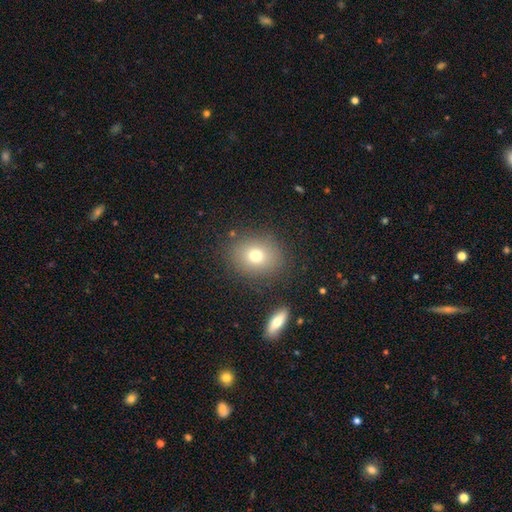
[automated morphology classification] A smooth galaxy with no disk features (74%) that is round (62%).

Vote fractions:
- Smooth or featured? smooth: 74% / star or artifact: 13% / featured or disk: 13%
- How rounded? round: 62% / in between: 37% / cigar-shaped: 1%
- Merging? none: 83% / minor disturbance: 10% / major disturbance: 4% / merger: 4%